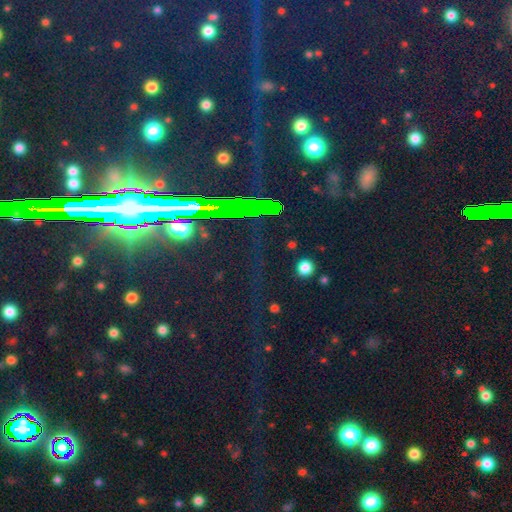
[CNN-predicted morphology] smooth-or-featured: star or artifact: 83% | smooth: 9% | featured or disk: 9%